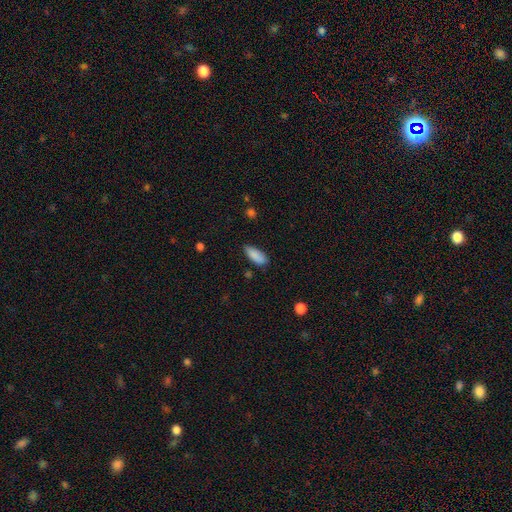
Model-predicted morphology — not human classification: Overall: smooth (88%). How rounded: in between (78%). Merging: none (75%).